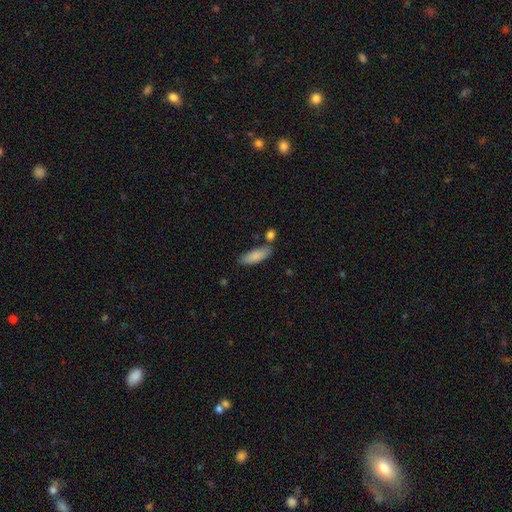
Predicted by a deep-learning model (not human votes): Morphology: type=smooth (86%); roundness=in between (63%); merging=none (72%).